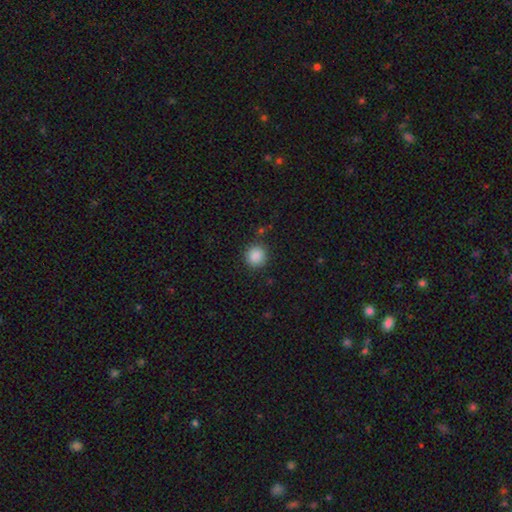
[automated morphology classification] Overall: smooth (88%). How rounded: round (91%). Merging: none (88%).